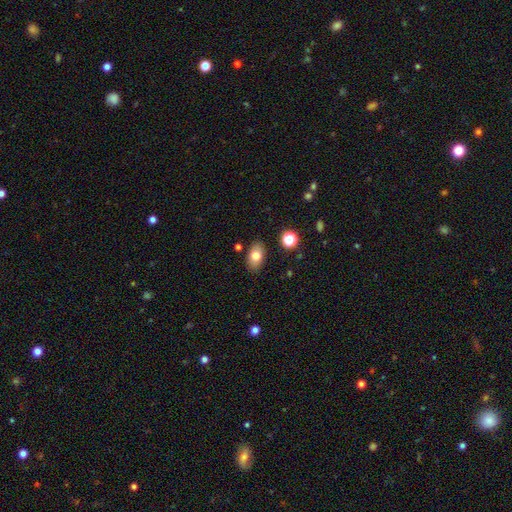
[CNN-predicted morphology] Q: Smooth or featured?
A: smooth (77%); runner-up: featured or disk (14%)
Q: How rounded?
A: in between (88%); runner-up: round (10%)
Q: Merging?
A: none (86%); runner-up: minor disturbance (10%)